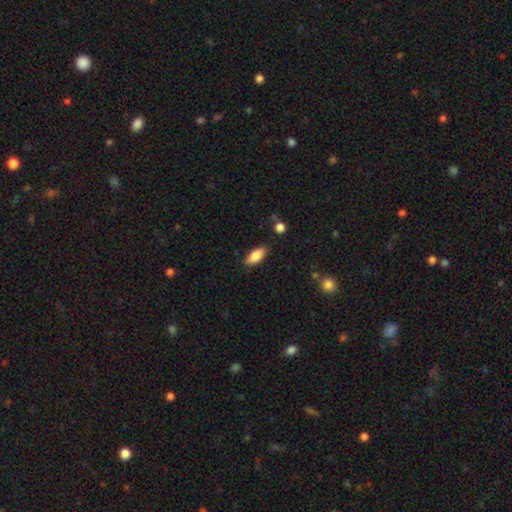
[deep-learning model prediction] Smooth or featured?
  - smooth: 85% *
  - featured or disk: 8%
  - star or artifact: 7%
How rounded?
  - in between: 86% *
  - cigar-shaped: 12%
  - round: 2%
Merging?
  - none: 84% *
  - minor disturbance: 12%
  - major disturbance: 3%
  - merger: 2%